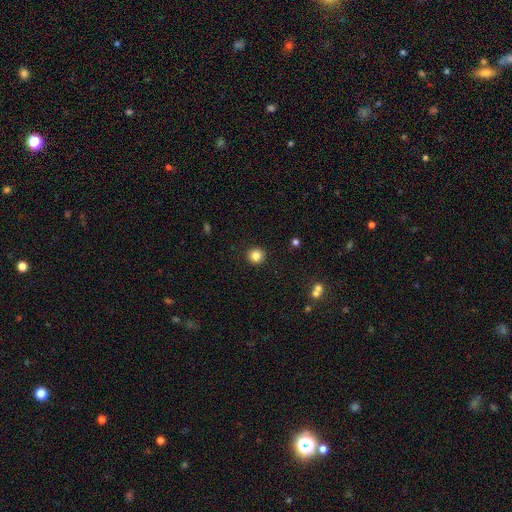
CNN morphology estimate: A smooth galaxy with no disk features (84%) that is round (95%). Merging: none (92%).